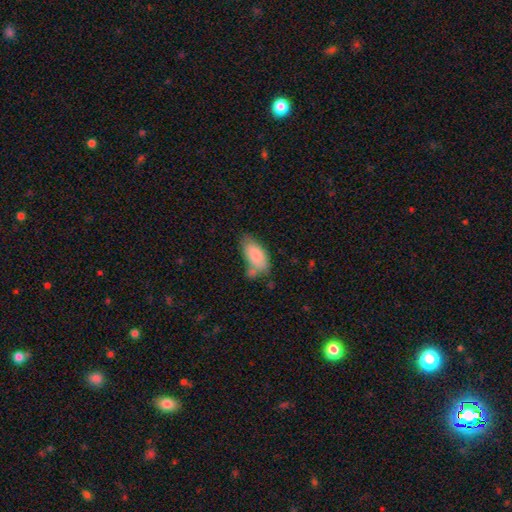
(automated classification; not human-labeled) Smooth or featured? Predicted: smooth (p=0.82). How rounded? Predicted: in between (p=0.91). Merging? Predicted: none (p=0.43).